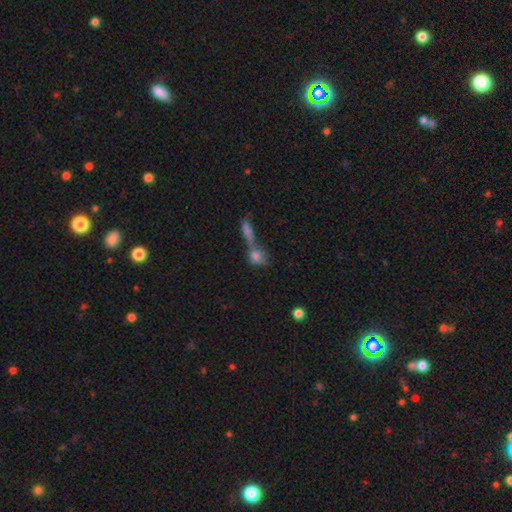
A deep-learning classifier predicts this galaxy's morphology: Smooth or featured?
  - smooth: 72% *
  - featured or disk: 17%
  - star or artifact: 11%
How rounded?
  - in between: 48% *
  - round: 39%
  - cigar-shaped: 13%
Merging?
  - merger: 56% *
  - none: 30%
  - minor disturbance: 8%
  - major disturbance: 6%